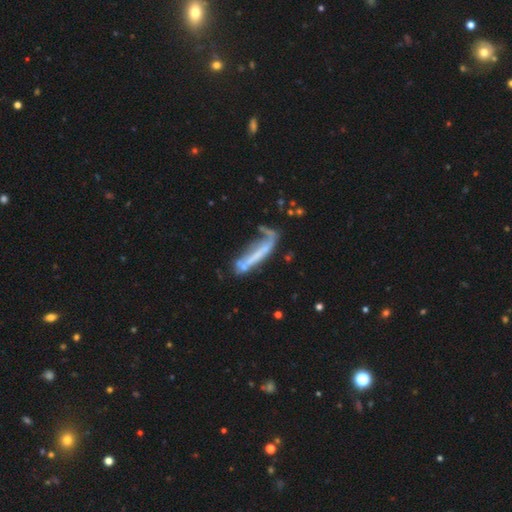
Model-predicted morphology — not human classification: This is possibly a featured or disk galaxy (57%). It is possibly not viewed edge-on (57%). Merging: marginally major disturbance (34%).